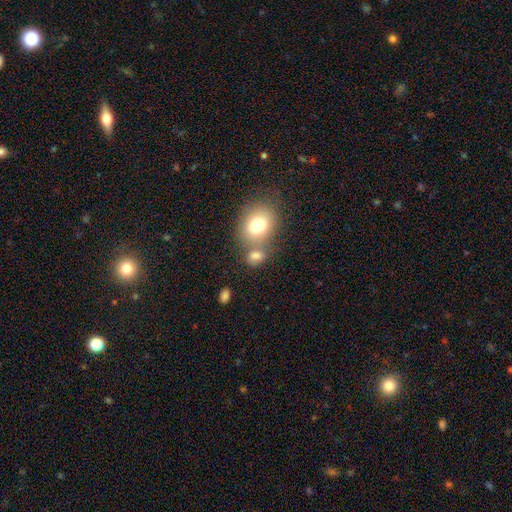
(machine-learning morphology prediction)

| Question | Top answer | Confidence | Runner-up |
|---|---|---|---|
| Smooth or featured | smooth | 80% | star or artifact (11%) |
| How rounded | in between | 62% | round (37%) |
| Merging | none | 44% | merger (40%) |